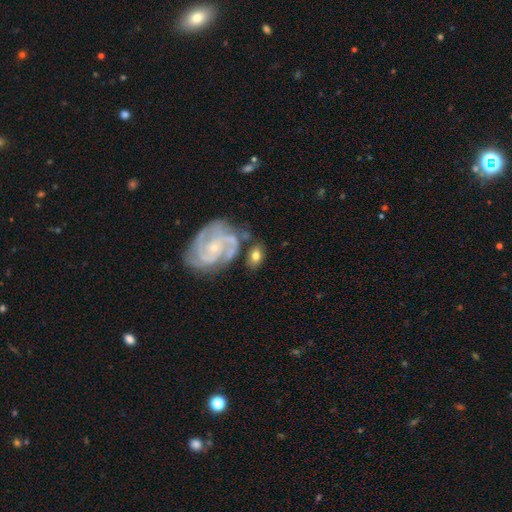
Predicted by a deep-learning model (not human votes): This is possibly a featured or disk galaxy (54%). It is clearly not viewed edge-on (96%). Bar: likely no (65%). Spiral arm pattern: clearly yes (90%). Central bulge: likely small (73%). Merging: likely none (64%).